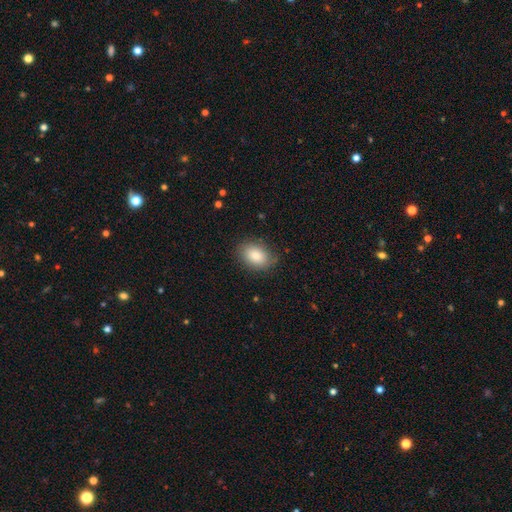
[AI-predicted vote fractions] smooth_or_featured: smooth (p=0.86) [alt: star or artifact p=0.07]
how_rounded: in between (p=0.80) [alt: round p=0.19]
merging: none (p=0.82) [alt: minor disturbance p=0.13]